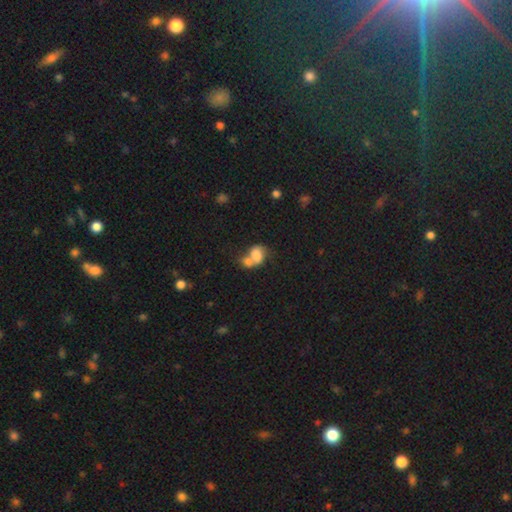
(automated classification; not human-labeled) This appears to be a smooth galaxy with no disk features (68%) that is in between round and cigar-shaped (62%). Merging: merger (66%).